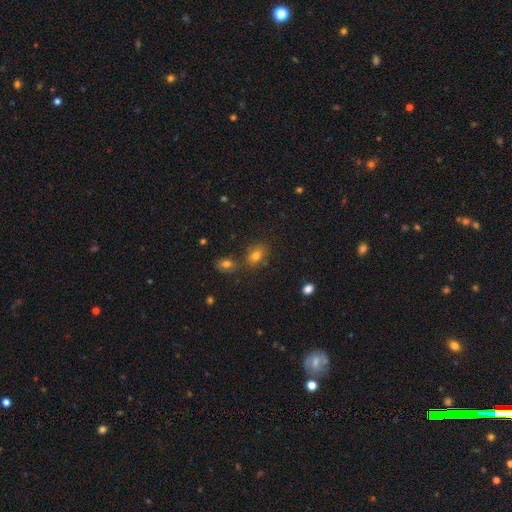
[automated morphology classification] Smooth or featured?
  - smooth: 74% *
  - star or artifact: 16%
  - featured or disk: 9%
How rounded?
  - in between: 59% *
  - round: 39%
  - cigar-shaped: 1%
Merging?
  - none: 69% *
  - merger: 15%
  - minor disturbance: 12%
  - major disturbance: 4%